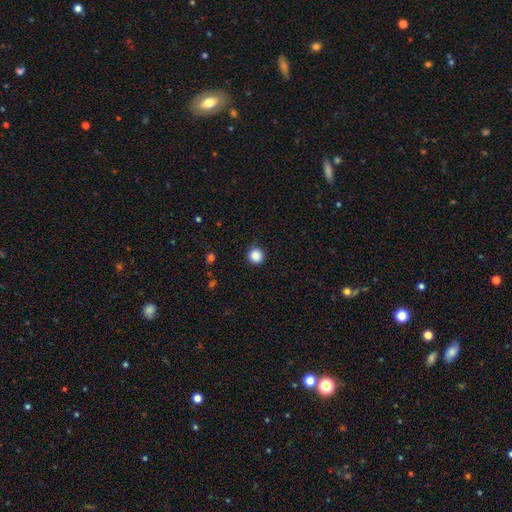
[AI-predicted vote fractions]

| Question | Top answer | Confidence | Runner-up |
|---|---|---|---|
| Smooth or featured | smooth | 87% | star or artifact (10%) |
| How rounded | round | 94% | in between (5%) |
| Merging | none | 91% | minor disturbance (6%) |